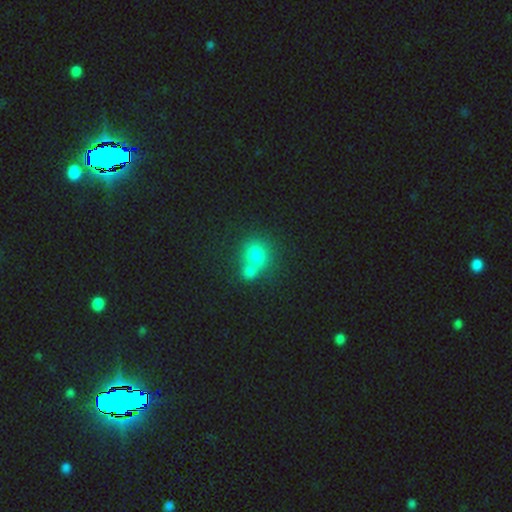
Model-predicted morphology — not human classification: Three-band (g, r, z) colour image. It shows a smooth galaxy with no disk features (74%) that is round (76%). Merging: merger (54%).